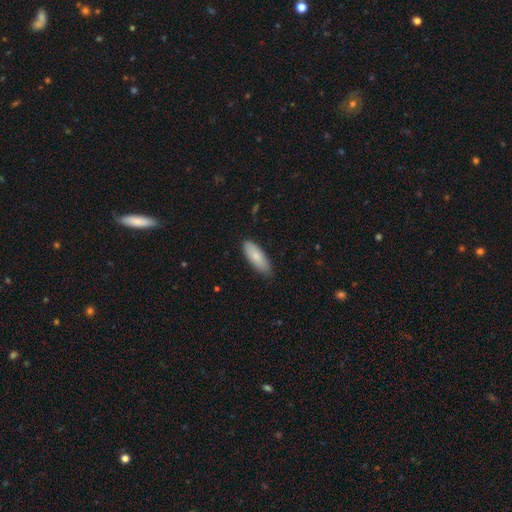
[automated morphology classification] smooth-or-featured: smooth: 81% | featured or disk: 13% | star or artifact: 6%
  how-rounded: in between: 68% | cigar-shaped: 30% | round: 2%
  merging: none: 81% | minor disturbance: 16% | major disturbance: 2% | merger: 1%